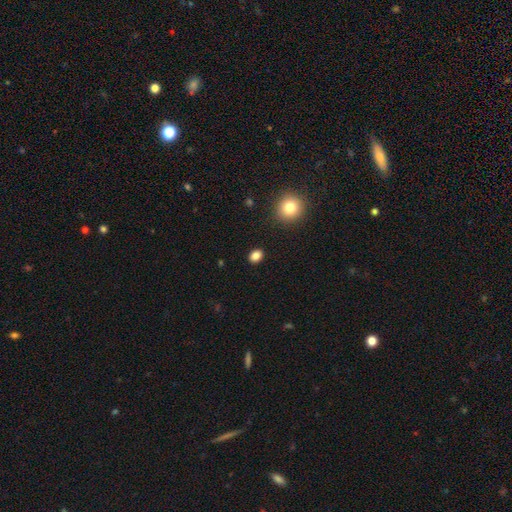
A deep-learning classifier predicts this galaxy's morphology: Smooth or featured?
  - smooth: 85% *
  - star or artifact: 11%
  - featured or disk: 4%
How rounded?
  - in between: 60% *
  - round: 39%
  - cigar-shaped: 1%
Merging?
  - none: 89% *
  - minor disturbance: 7%
  - major disturbance: 2%
  - merger: 1%